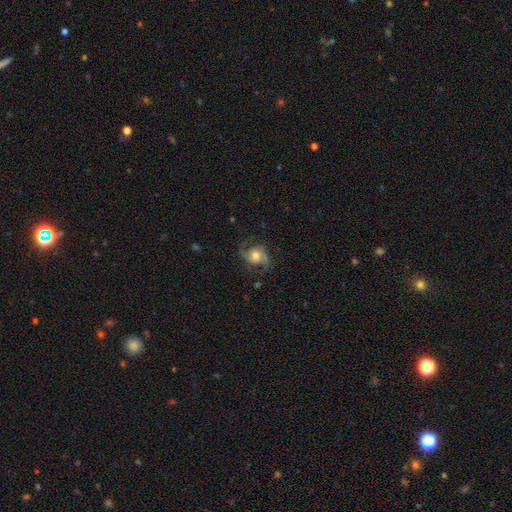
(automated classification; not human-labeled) Overall: featured or disk (76%). Edge-on disk: no (97%). Bar: no (64%; weak 30%). Spiral arms: yes (95%). Spiral arm count: 2 (82%). Spiral winding: medium (49%; loose 34%). Bulge size: moderate (58%; large 22%). Merging: none (68%).